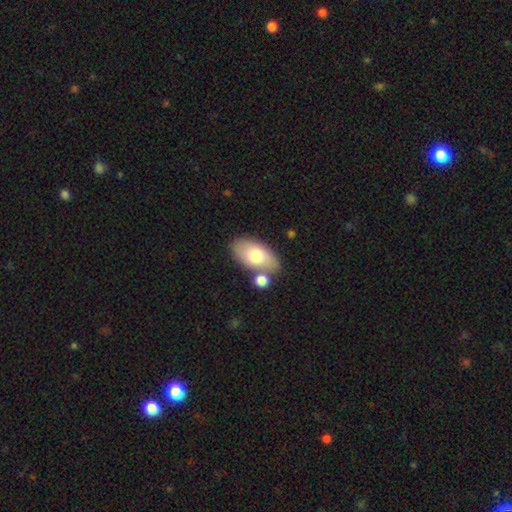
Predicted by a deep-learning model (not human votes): smooth_or_featured: smooth (p=0.73) [alt: featured or disk p=0.21]
how_rounded: in between (p=0.93) [alt: round p=0.04]
merging: none (p=0.65) [alt: merger p=0.17]